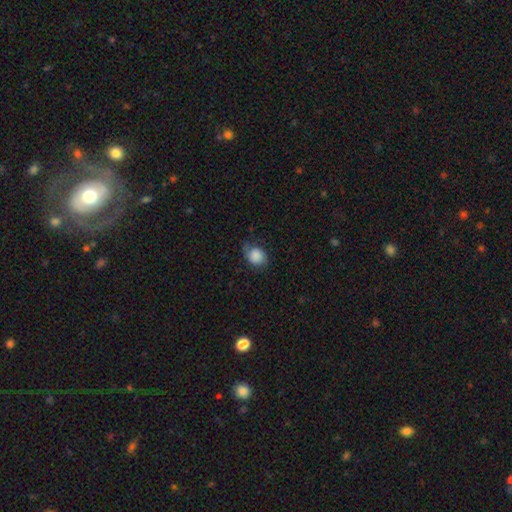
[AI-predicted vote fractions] This is likely a smooth galaxy (79%). How rounded: possibly in between (50%). Merging: possibly none (57%).